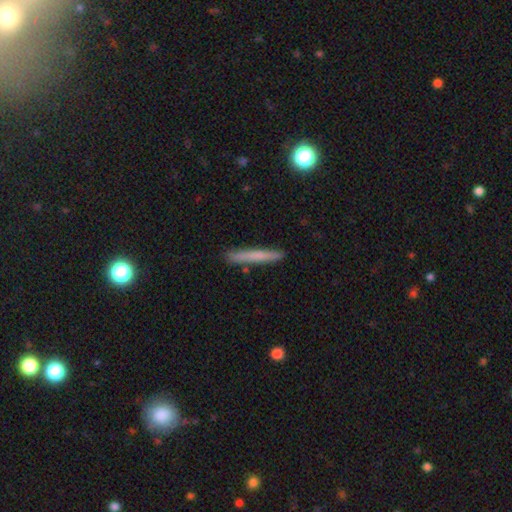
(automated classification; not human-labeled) smooth 66%, featured or disk 27%, star or artifact 7%. Down the decision tree: how rounded — cigar-shaped (96%); merging — none (88%).